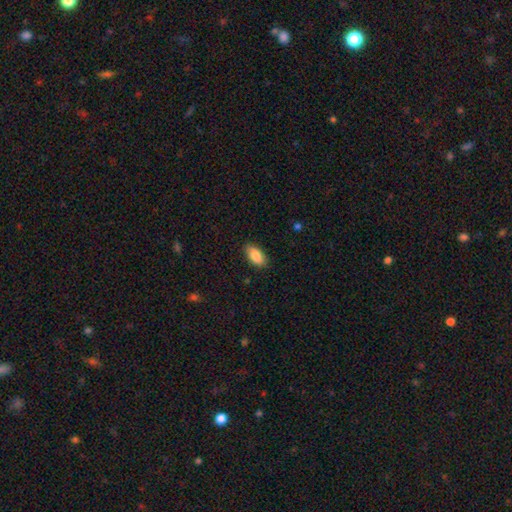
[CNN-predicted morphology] smooth-or-featured: smooth: 89% | star or artifact: 6% | featured or disk: 4%
  how-rounded: in between: 93% | cigar-shaped: 5% | round: 3%
  merging: none: 87% | minor disturbance: 10% | major disturbance: 2% | merger: 1%